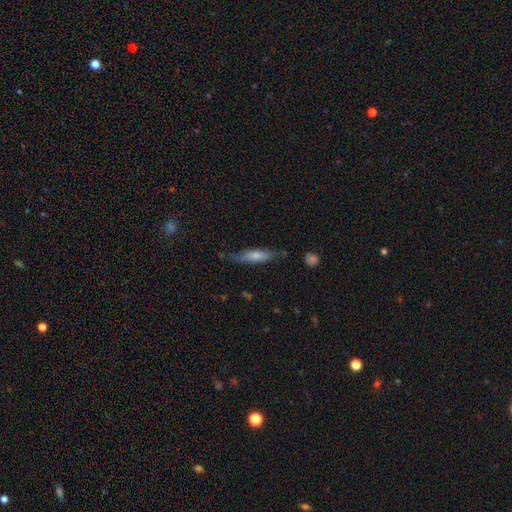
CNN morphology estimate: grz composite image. It shows a smooth galaxy with no disk features (67%) that is cigar-shaped (69%). Merging: none (66%).